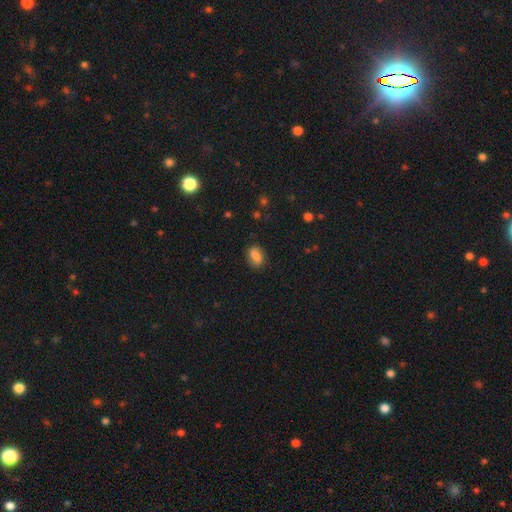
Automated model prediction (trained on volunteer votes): smooth-or-featured: smooth: 77% | featured or disk: 14% | star or artifact: 9%
  how-rounded: in between: 78% | round: 18% | cigar-shaped: 4%
  merging: none: 79% | minor disturbance: 15% | major disturbance: 4% | merger: 2%